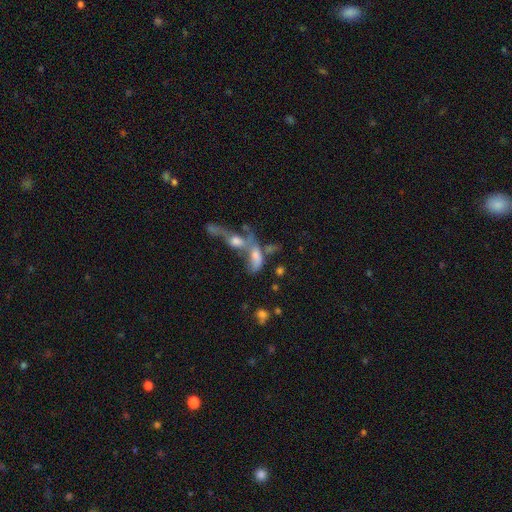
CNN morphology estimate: Smooth or featured: featured or disk — 45% (smooth — 36%)
Merging: merger — 63% (none — 17%)